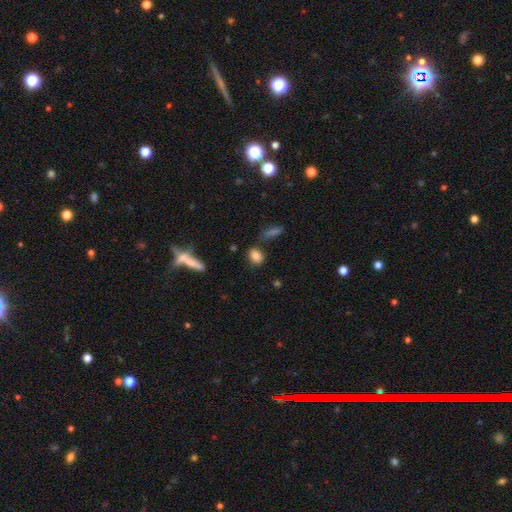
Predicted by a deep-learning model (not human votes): A smooth galaxy with no disk features (83%) that is in between round and cigar-shaped (72%).

Vote fractions:
- Smooth or featured? smooth: 83% / star or artifact: 9% / featured or disk: 8%
- How rounded? in between: 72% / round: 23% / cigar-shaped: 5%
- Merging? none: 70% / minor disturbance: 16% / merger: 9% / major disturbance: 6%